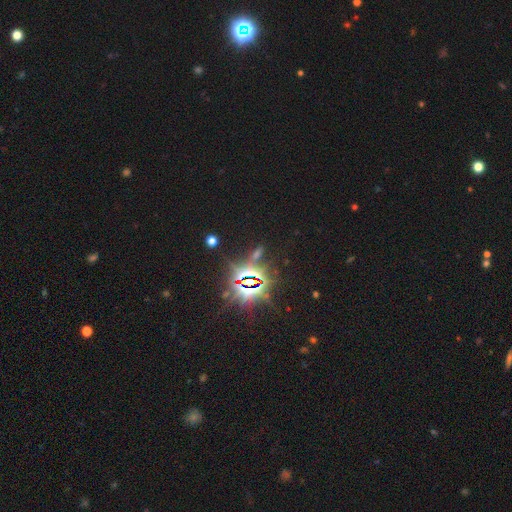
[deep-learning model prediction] A star or artifact, not a galaxy (85%).